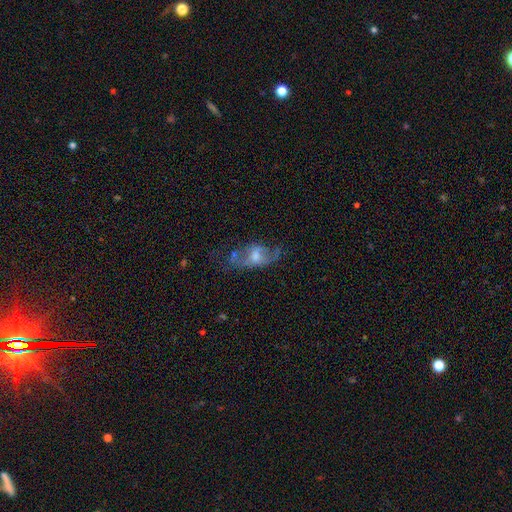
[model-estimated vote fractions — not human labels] Smooth or featured: featured or disk — 58% (smooth — 31%)
Edge-on disk: no — 88% (yes — 12%)
Bar: no — 59% (weak — 33%)
Spiral arms: yes — 53% (no — 47%)
Bulge size: moderate — 53% (small — 26%)
Merging: none — 42% (major disturbance — 29%)